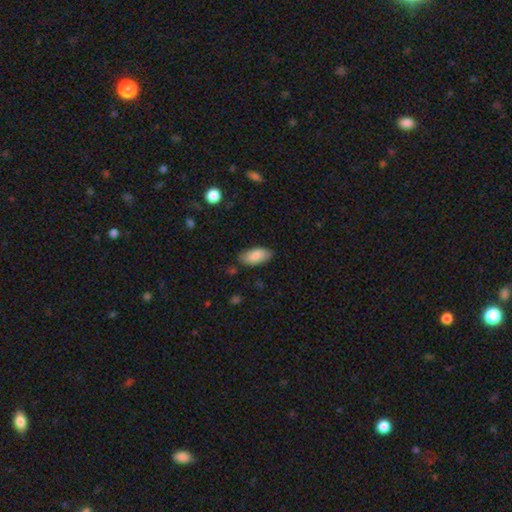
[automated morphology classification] smooth_or_featured: smooth (p=0.85) [alt: featured or disk p=0.08]
how_rounded: in between (p=0.91) [alt: cigar-shaped p=0.07]
merging: none (p=0.80) [alt: minor disturbance p=0.16]